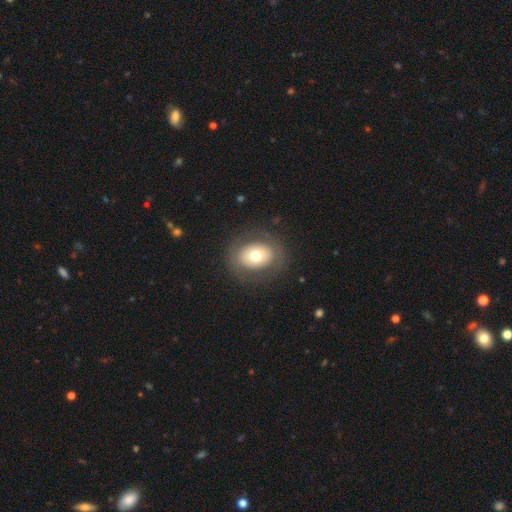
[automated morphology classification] Smooth or featured? smooth (63%)
How rounded? round (53%)
Merging? none (83%)